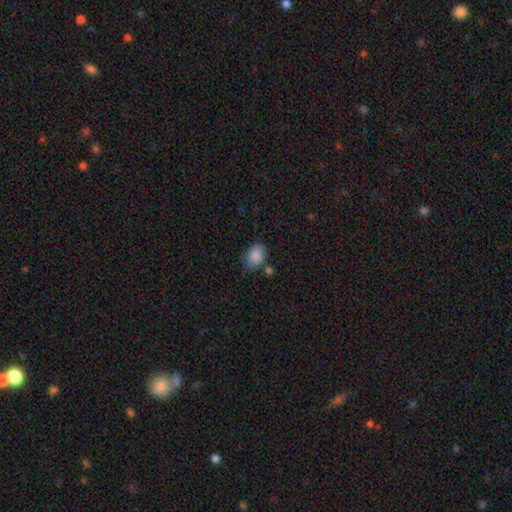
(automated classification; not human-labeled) Morphology: type=smooth (87%); roundness=in between (70%); merging=none (65%).